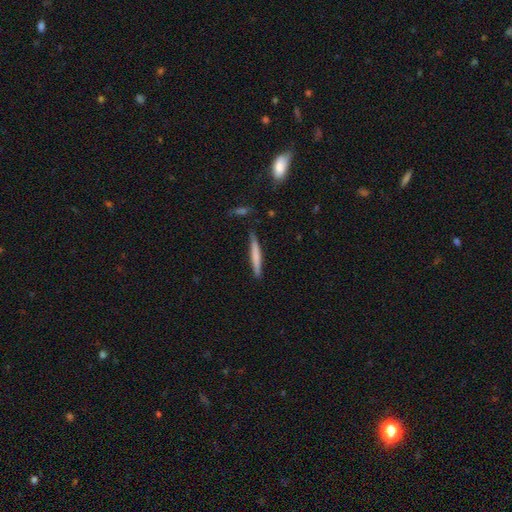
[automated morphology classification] Smooth or featured: smooth — 65% (featured or disk — 29%)
How rounded: cigar-shaped — 96% (in between — 3%)
Merging: none — 84% (minor disturbance — 11%)